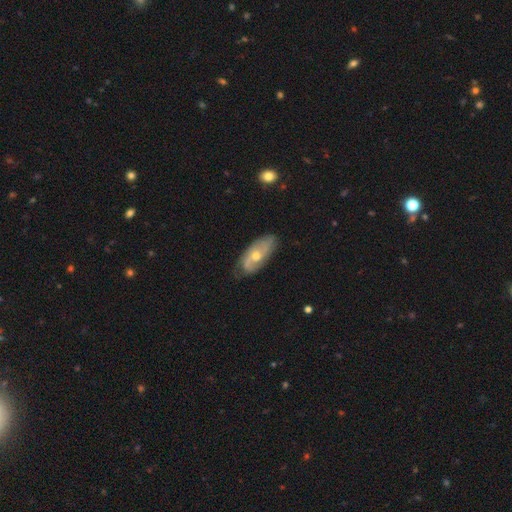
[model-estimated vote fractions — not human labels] smooth-or-featured: featured or disk: 70% | smooth: 24% | star or artifact: 6%
  disk-edge-on: no: 89% | yes: 11%
    bar: no: 68% | weak: 27% | strong: 5%
    has-spiral-arms: yes: 84% | no: 16%
      spiral-winding: medium: 39% | tight: 37% | loose: 23%
      spiral-arm-count: 2: 56% | can't tell: 28% | 3: 7% | 1: 5% | 4: 2% | more than 4: 2%
    bulge-size: moderate: 64% | small: 32% | large: 2% | none: 1% | dominant: 1%
  merging: none: 73% | minor disturbance: 21% | major disturbance: 4% | merger: 1%